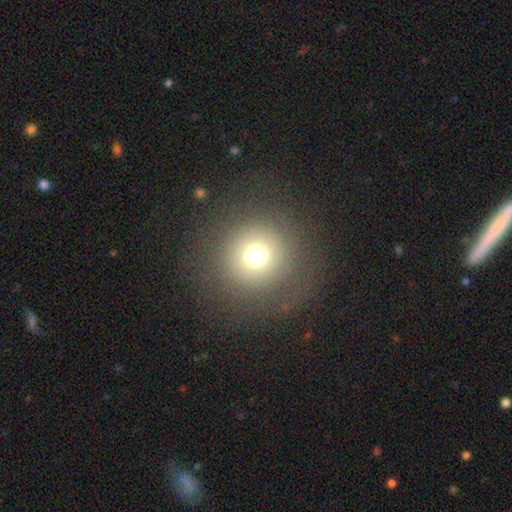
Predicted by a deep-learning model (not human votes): Smooth or featured? Predicted: smooth (p=0.69). How rounded? Predicted: round (p=0.95). Merging? Predicted: none (p=0.84).